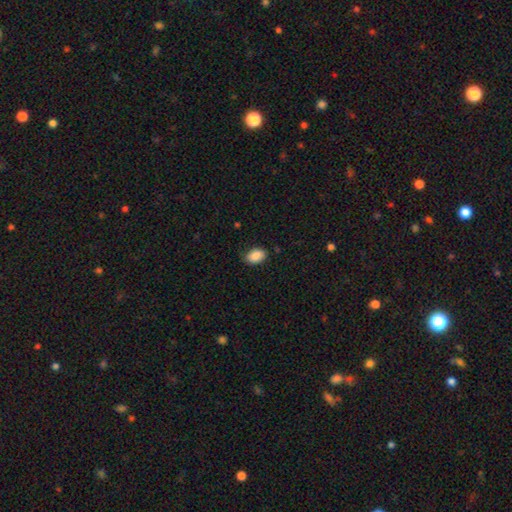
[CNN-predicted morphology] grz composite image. It shows a smooth galaxy with no disk features (88%) that is in between round and cigar-shaped (87%). Merging: none (81%).